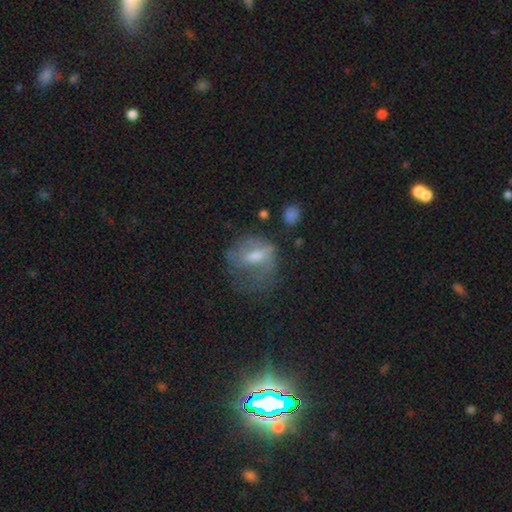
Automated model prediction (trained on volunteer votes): Overall: featured or disk (46%; smooth 38%). Merging: none (39%; major disturbance 34%).